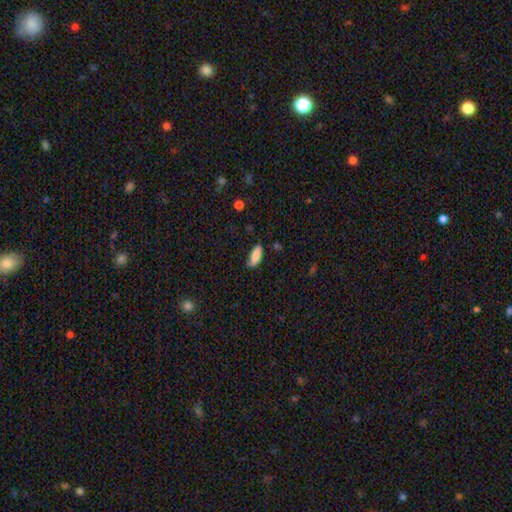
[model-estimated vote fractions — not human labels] Morphology: type=smooth (84%); roundness=in between (74%); merging=none (63%).